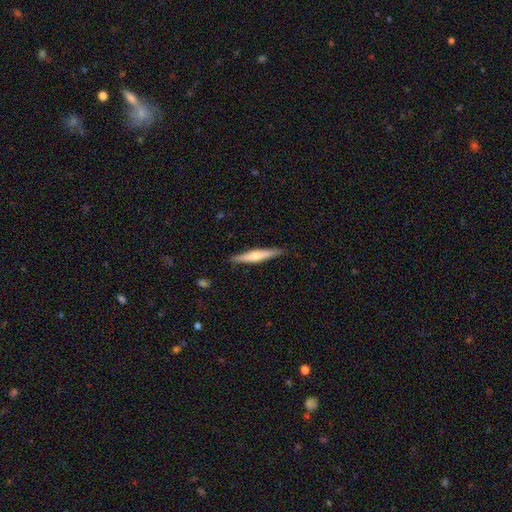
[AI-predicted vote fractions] smooth-or-featured: featured or disk: 49% | smooth: 45% | star or artifact: 6%
  merging: none: 89% | minor disturbance: 9% | major disturbance: 2% | merger: 1%